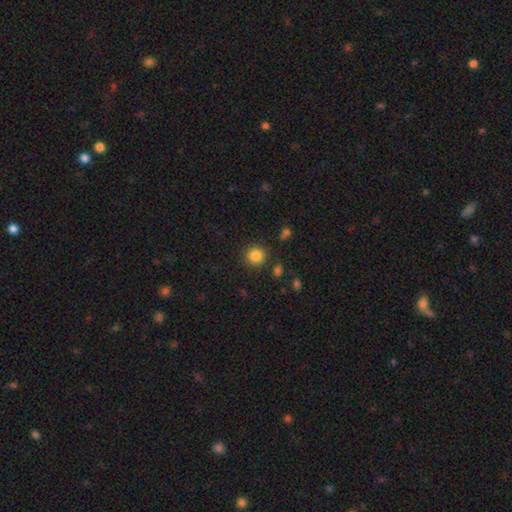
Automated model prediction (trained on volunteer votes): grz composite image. It shows a smooth galaxy with no disk features (85%) that is round (92%). Merging: none (87%).